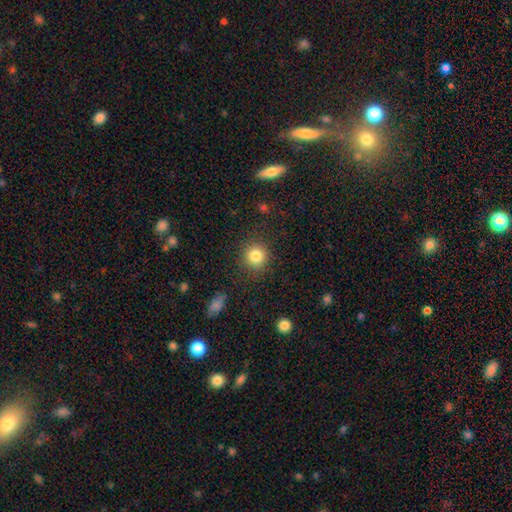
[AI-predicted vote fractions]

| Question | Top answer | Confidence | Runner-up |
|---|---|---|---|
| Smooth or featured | smooth | 83% | star or artifact (11%) |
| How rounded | round | 91% | in between (8%) |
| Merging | none | 87% | minor disturbance (8%) |